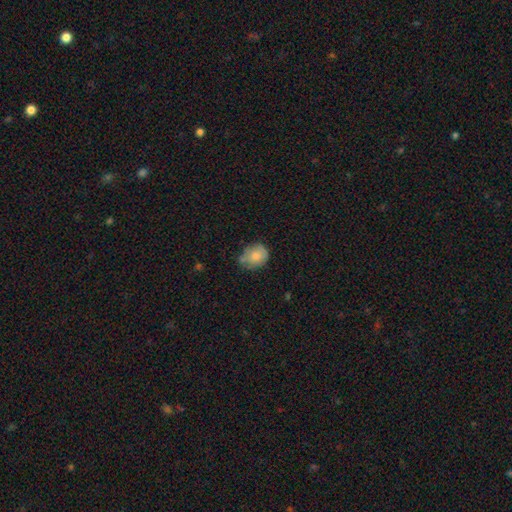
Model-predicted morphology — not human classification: The model was most divided on "how rounded": round: 56%, in between: 43%, cigar-shaped: 1%. More confident: smooth or featured — smooth (77%); merging — none (51%).